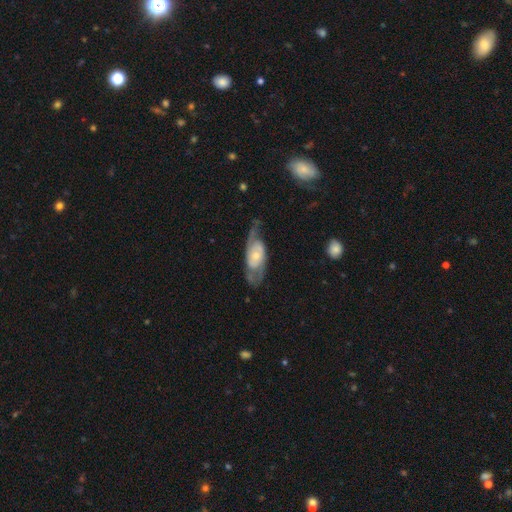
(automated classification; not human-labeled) The model was most divided on "bulge size": small: 50%, moderate: 40%, large: 6%, none: 3%, dominant: 1%. Remaining: edge-on disk — no (90%); spiral arms — yes (86%); spiral arm count — 2 (77%); smooth or featured — featured or disk (75%); bar — no (68%); merging — none (60%); spiral winding — medium (44%).